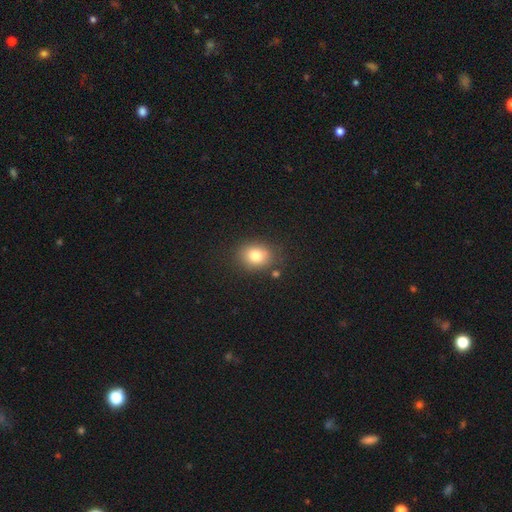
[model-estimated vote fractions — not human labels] Q: Smooth or featured?
A: smooth (80%); runner-up: star or artifact (11%)
Q: How rounded?
A: round (55%); runner-up: in between (44%)
Q: Merging?
A: none (80%); runner-up: minor disturbance (12%)